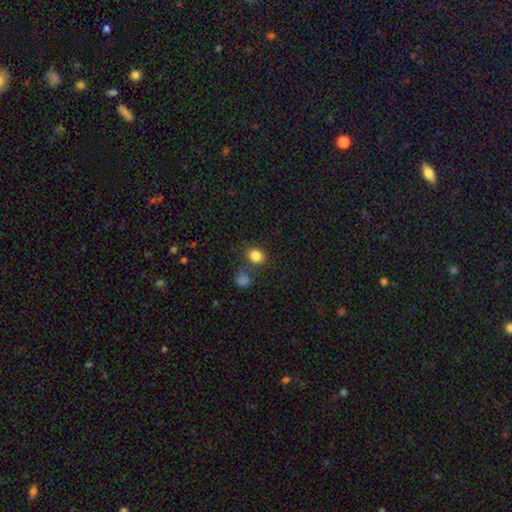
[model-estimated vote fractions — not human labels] A smooth galaxy with no disk features (84%) that is round (70%).

Vote fractions:
- Smooth or featured? smooth: 84% / star or artifact: 11% / featured or disk: 5%
- How rounded? round: 70% / in between: 29% / cigar-shaped: 1%
- Merging? none: 69% / merger: 15% / minor disturbance: 11% / major disturbance: 5%